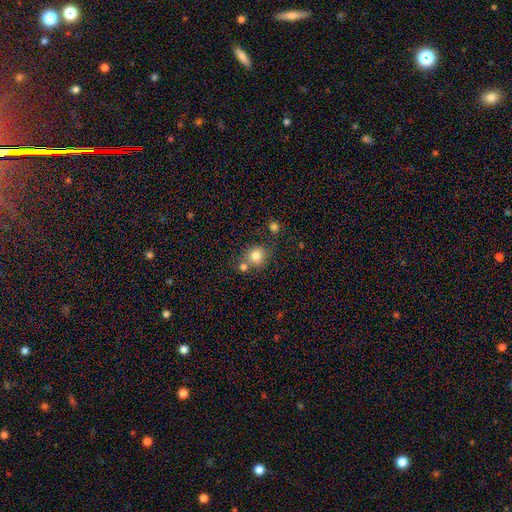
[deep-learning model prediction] Smooth or featured? smooth (80%)
How rounded? round (80%)
Merging? none (58%)